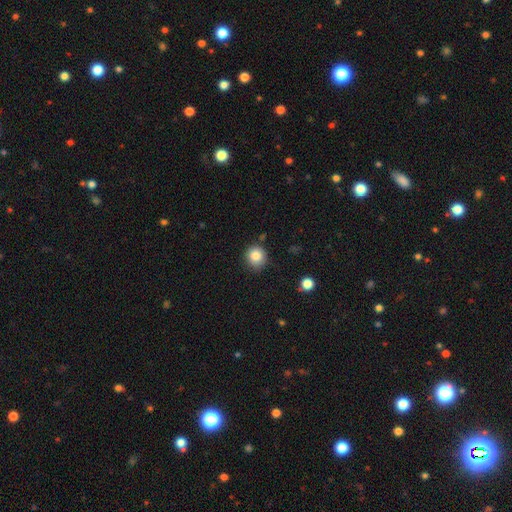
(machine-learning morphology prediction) Q: Smooth or featured?
A: smooth (84%); runner-up: star or artifact (10%)
Q: How rounded?
A: round (90%); runner-up: in between (9%)
Q: Merging?
A: none (83%); runner-up: minor disturbance (12%)